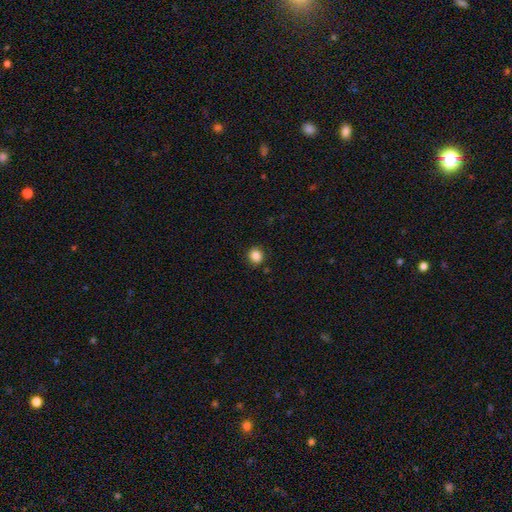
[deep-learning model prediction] This appears to be a smooth galaxy with no disk features (86%) that is round (82%). Merging: none (87%).